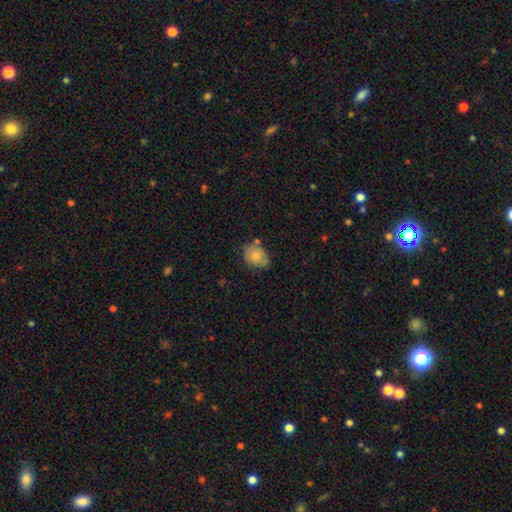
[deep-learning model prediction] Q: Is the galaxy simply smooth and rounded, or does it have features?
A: smooth — 71%.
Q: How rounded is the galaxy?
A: in between — 56%.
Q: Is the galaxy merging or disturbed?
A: none — 64%.